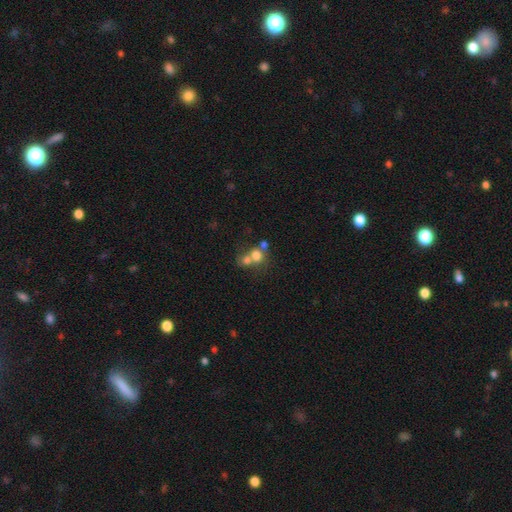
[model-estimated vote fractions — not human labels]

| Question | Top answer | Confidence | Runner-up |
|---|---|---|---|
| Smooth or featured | smooth | 69% | featured or disk (18%) |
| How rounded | round | 74% | in between (25%) |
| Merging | merger | 60% | none (29%) |